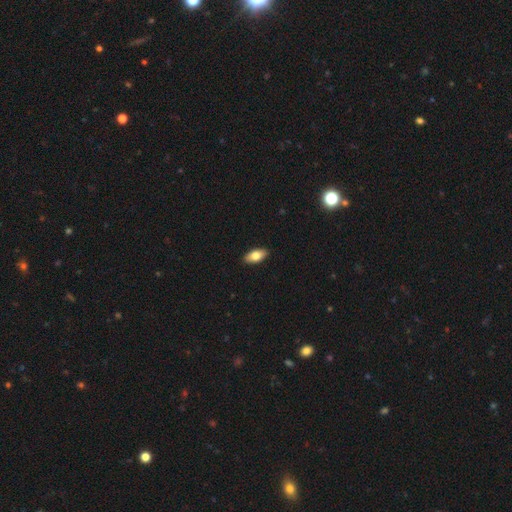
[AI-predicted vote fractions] A smooth galaxy with no disk features (78%) that is in between round and cigar-shaped (91%).

Vote fractions:
- Smooth or featured? smooth: 78% / featured or disk: 16% / star or artifact: 6%
- How rounded? in between: 91% / cigar-shaped: 7% / round: 3%
- Merging? none: 91% / minor disturbance: 7% / major disturbance: 1% / merger: 1%